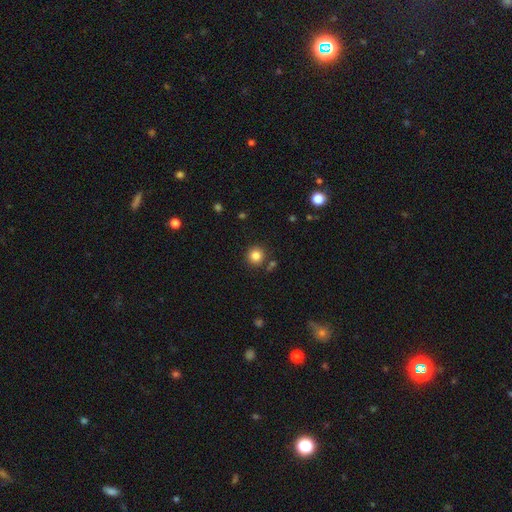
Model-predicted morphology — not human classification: A smooth galaxy with no disk features (84%) that is round (93%).

Vote fractions:
- Smooth or featured? smooth: 84% / star or artifact: 12% / featured or disk: 5%
- How rounded? round: 93% / in between: 6% / cigar-shaped: 1%
- Merging? none: 85% / minor disturbance: 7% / merger: 5% / major disturbance: 2%